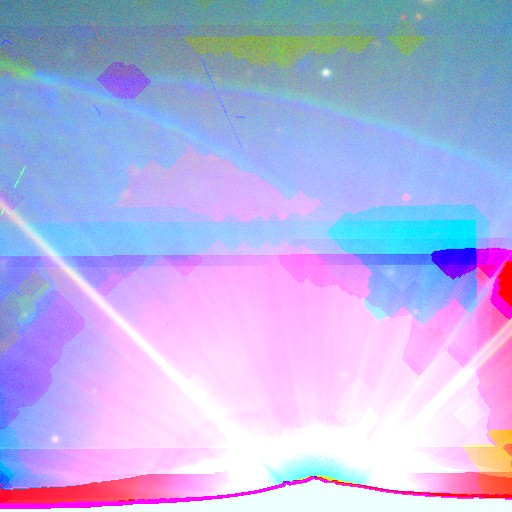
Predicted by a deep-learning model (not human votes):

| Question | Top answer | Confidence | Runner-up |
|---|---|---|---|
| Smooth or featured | star or artifact | 81% | featured or disk (12%) |